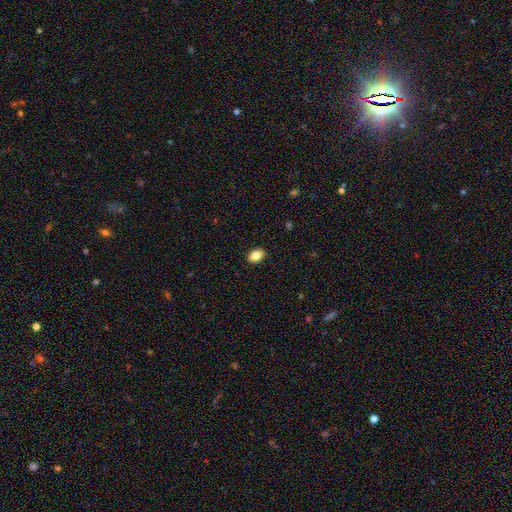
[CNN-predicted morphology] Smooth or featured: smooth — 83% (featured or disk — 8%)
How rounded: in between — 85% (round — 14%)
Merging: none — 89% (minor disturbance — 8%)